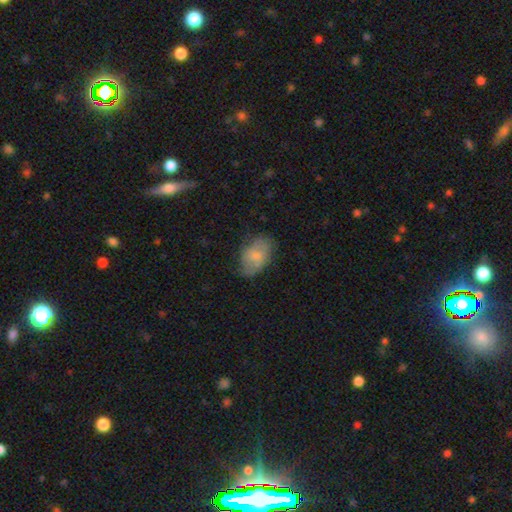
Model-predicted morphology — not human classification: Overall: smooth (70%). How rounded: in between (89%). Merging: none (65%; minor disturbance 26%).